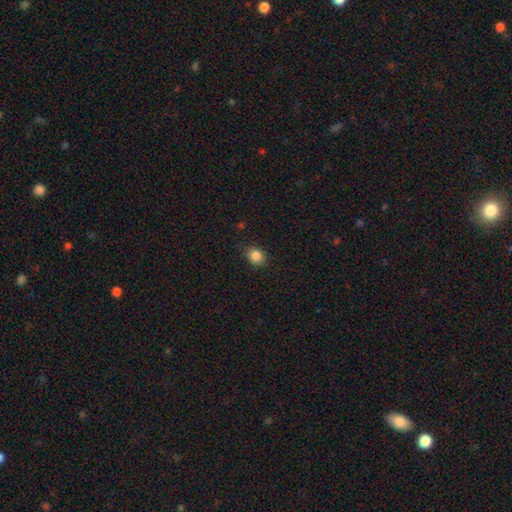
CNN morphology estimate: Smooth or featured?
  - smooth: 86% *
  - star or artifact: 11%
  - featured or disk: 4%
How rounded?
  - round: 63% *
  - in between: 36%
  - cigar-shaped: 1%
Merging?
  - none: 86% *
  - minor disturbance: 10%
  - major disturbance: 3%
  - merger: 1%